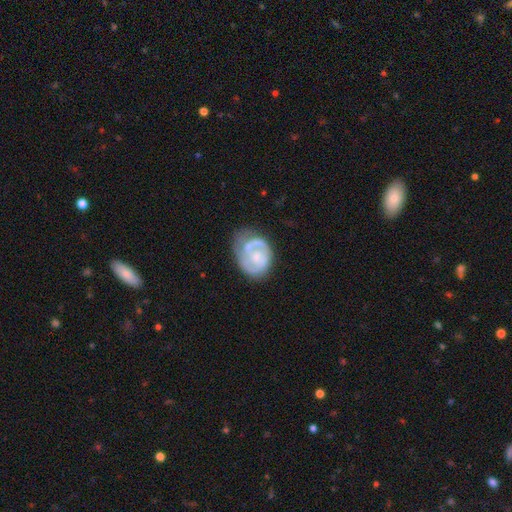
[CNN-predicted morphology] smooth_or_featured: featured or disk (p=0.74) [alt: smooth p=0.20]
disk_edge_on: no (p=0.98) [alt: yes p=0.02]
bar: no (p=0.66) [alt: weak p=0.29]
has_spiral_arms: yes (p=0.85) [alt: no p=0.15]
spiral_winding: tight (p=0.49) [alt: medium p=0.37]
spiral_arm_count: 2 (p=0.53) [alt: 1 p=0.23]
bulge_size: small (p=0.44) [alt: moderate p=0.35]
merging: none (p=0.51) [alt: minor disturbance p=0.28]